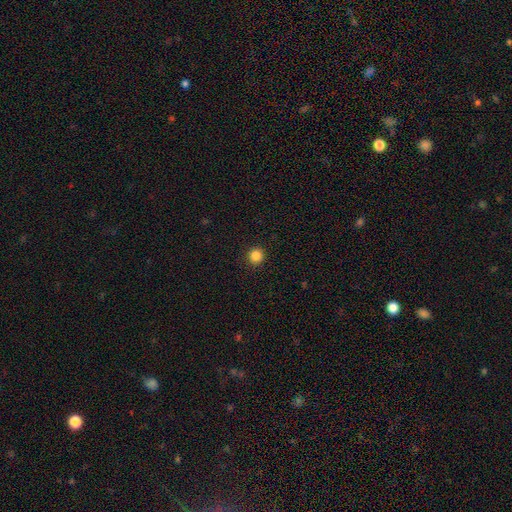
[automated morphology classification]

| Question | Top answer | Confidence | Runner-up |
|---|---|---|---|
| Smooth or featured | smooth | 86% | star or artifact (11%) |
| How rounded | round | 93% | in between (6%) |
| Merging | none | 92% | minor disturbance (5%) |